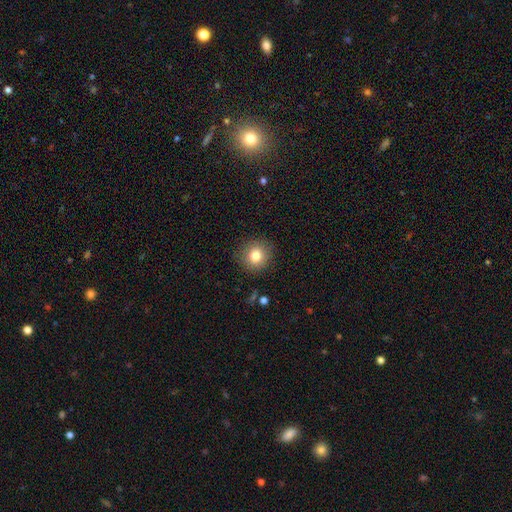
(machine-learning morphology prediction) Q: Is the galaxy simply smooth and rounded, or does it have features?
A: smooth — 81%.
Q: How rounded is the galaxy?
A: round — 91%.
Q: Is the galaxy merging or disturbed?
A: none — 89%.